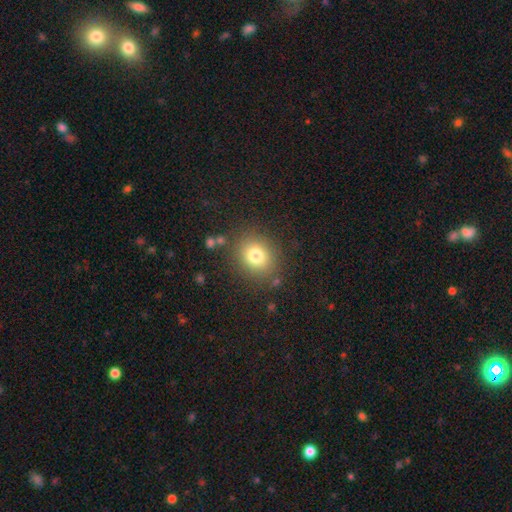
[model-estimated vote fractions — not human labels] Smooth or featured?
  - smooth: 77% *
  - star or artifact: 13%
  - featured or disk: 10%
How rounded?
  - round: 75% *
  - in between: 24%
  - cigar-shaped: 1%
Merging?
  - none: 84% *
  - minor disturbance: 9%
  - major disturbance: 4%
  - merger: 3%